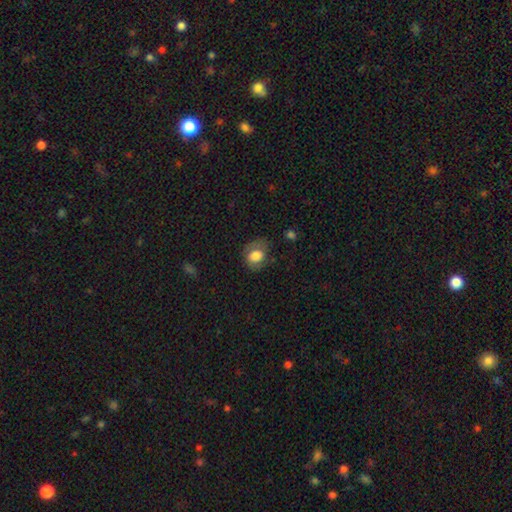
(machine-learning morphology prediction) Q: Smooth or featured?
A: smooth (73%); runner-up: featured or disk (19%)
Q: How rounded?
A: in between (53%); runner-up: round (46%)
Q: Merging?
A: none (56%); runner-up: minor disturbance (26%)